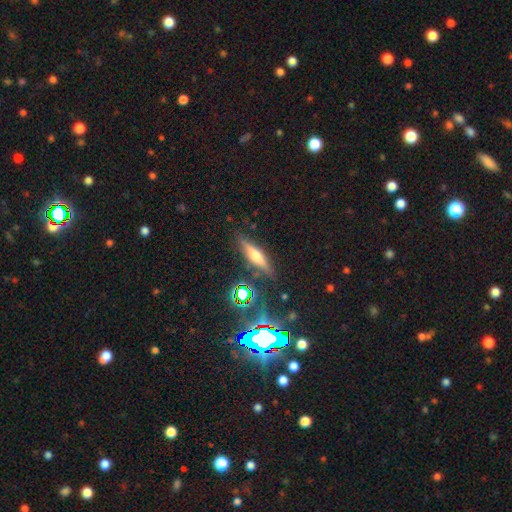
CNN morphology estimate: type=smooth (46%); merging=none (83%).